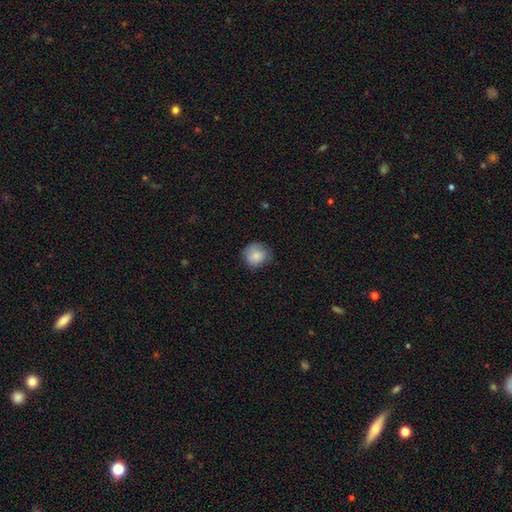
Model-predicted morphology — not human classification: smooth_or_featured: smooth (p=0.84) [alt: featured or disk p=0.09]
how_rounded: round (p=0.84) [alt: in between p=0.15]
merging: none (p=0.72) [alt: minor disturbance p=0.22]